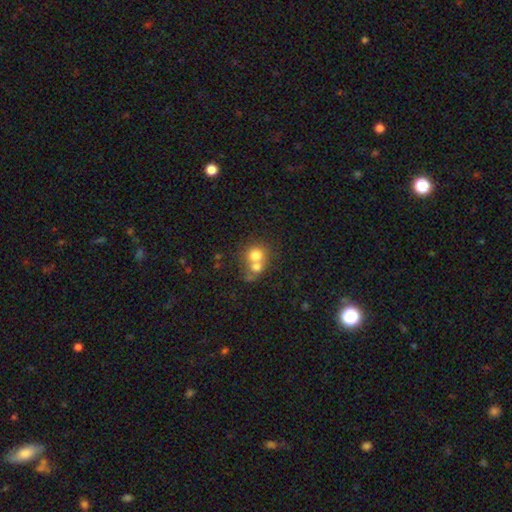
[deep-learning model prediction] Smooth or featured? smooth (72%)
How rounded? round (76%)
Merging? merger (65%)